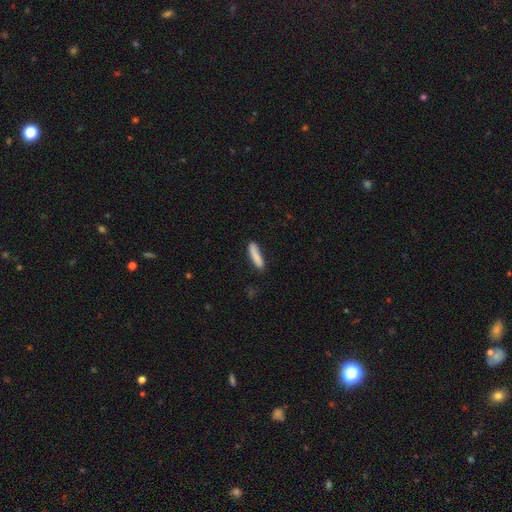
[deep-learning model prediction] Q: Smooth or featured?
A: smooth (85%); runner-up: featured or disk (9%)
Q: How rounded?
A: cigar-shaped (82%); runner-up: in between (17%)
Q: Merging?
A: none (78%); runner-up: minor disturbance (16%)